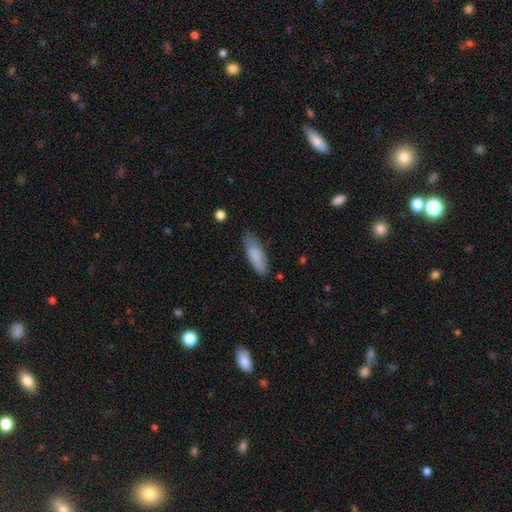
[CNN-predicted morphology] Smooth or featured? smooth (83%)
How rounded? in between (61%)
Merging? none (68%)